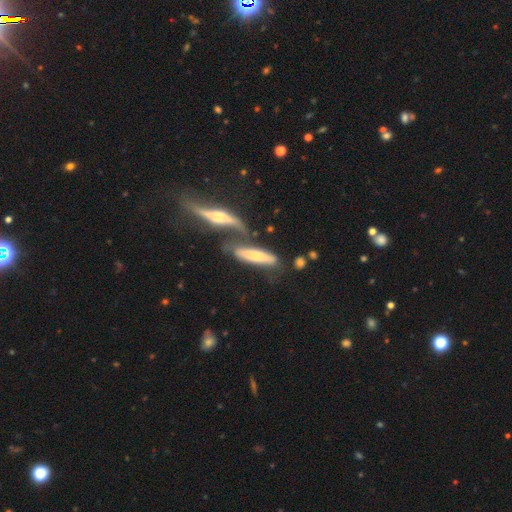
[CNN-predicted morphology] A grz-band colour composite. It shows a smooth galaxy with no disk features (54%) that is cigar-shaped (69%). Merging: merger (48%).